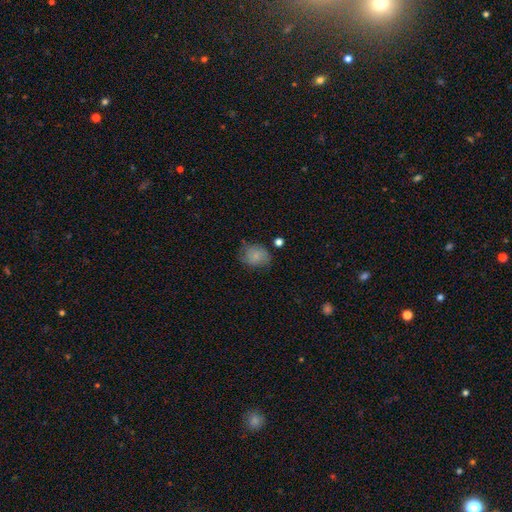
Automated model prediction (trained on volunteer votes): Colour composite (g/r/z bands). It shows a smooth galaxy with no disk features (75%) that is round (52%). Merging: none (62%).